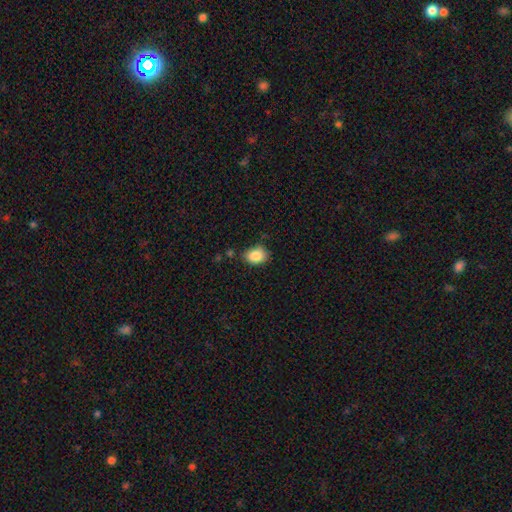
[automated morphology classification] type=smooth (87%); roundness=in between (62%); merging=none (76%).